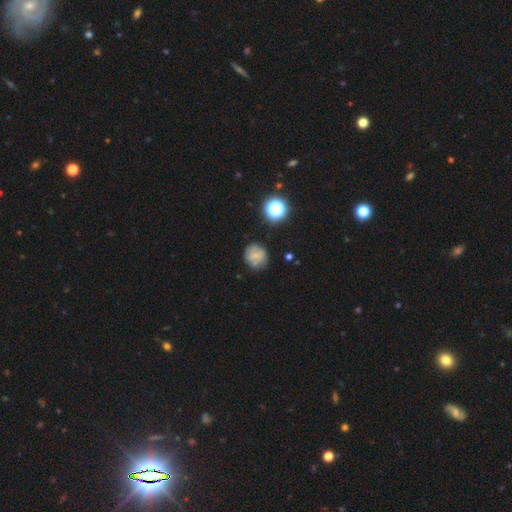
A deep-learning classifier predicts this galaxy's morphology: This appears to be a smooth galaxy with no disk features (61%) that is round (85%). Merging: none (73%).